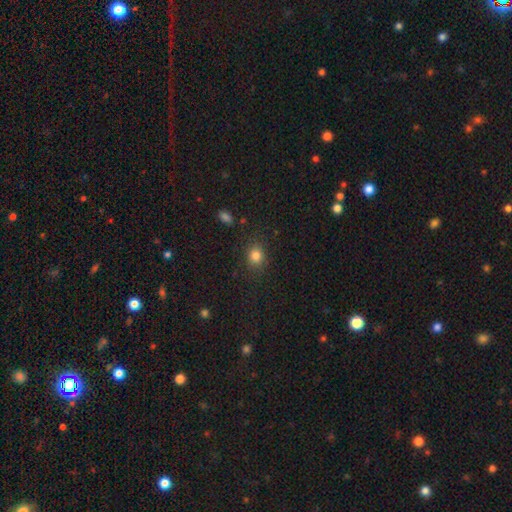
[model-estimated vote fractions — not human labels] This is clearly a smooth galaxy (82%). How rounded: likely round (63%). Merging: clearly none (83%).